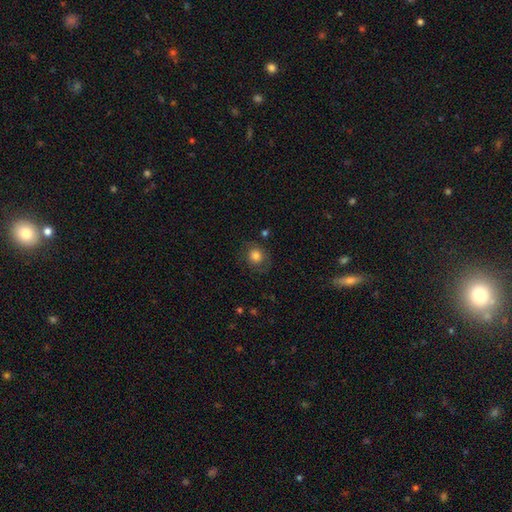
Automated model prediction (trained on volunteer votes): Q: Smooth or featured?
A: smooth (79%); runner-up: featured or disk (11%)
Q: How rounded?
A: round (80%); runner-up: in between (19%)
Q: Merging?
A: none (76%); runner-up: minor disturbance (16%)